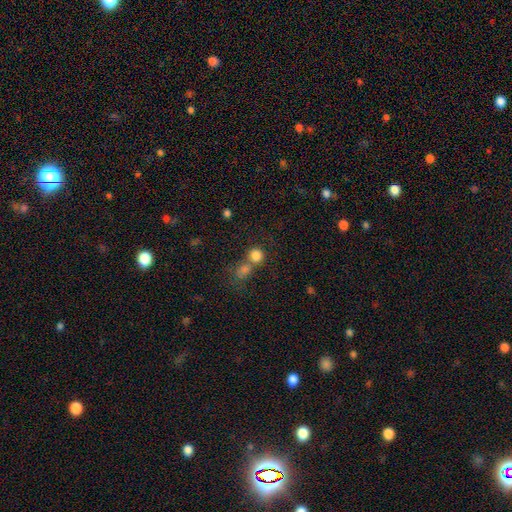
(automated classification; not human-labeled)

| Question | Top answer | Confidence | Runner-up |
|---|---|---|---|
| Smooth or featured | smooth | 80% | star or artifact (12%) |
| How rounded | round | 86% | in between (13%) |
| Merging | none | 44% | tied: merger (44%) |